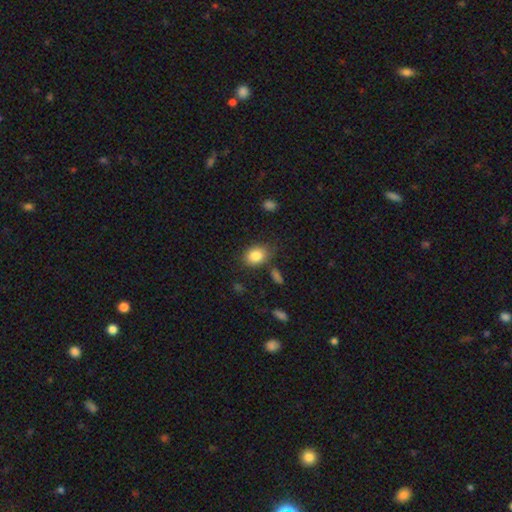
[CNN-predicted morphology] Smooth or featured?
  - smooth: 84% *
  - star or artifact: 9%
  - featured or disk: 8%
How rounded?
  - in between: 69% *
  - round: 30%
  - cigar-shaped: 1%
Merging?
  - none: 75% *
  - minor disturbance: 16%
  - major disturbance: 5%
  - merger: 4%